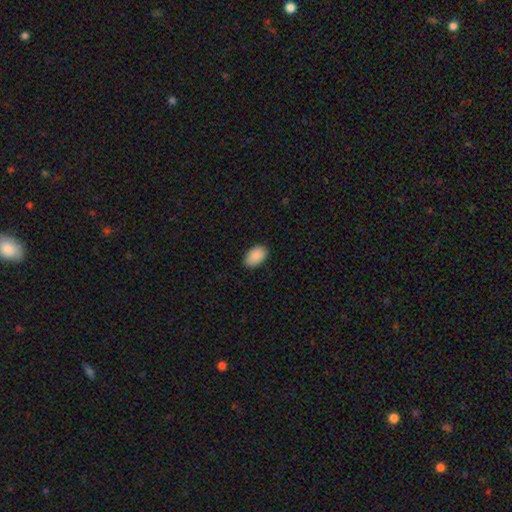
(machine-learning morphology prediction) smooth_or_featured: smooth (p=0.91) [alt: star or artifact p=0.07]
how_rounded: in between (p=0.92) [alt: round p=0.07]
merging: none (p=0.86) [alt: minor disturbance p=0.11]